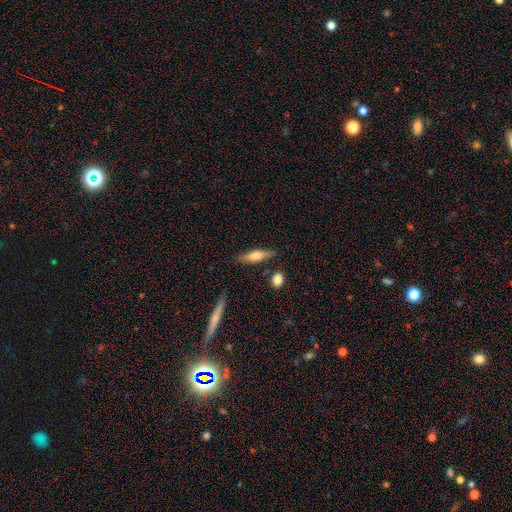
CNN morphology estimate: This appears to be a smooth galaxy with no disk features (54%) that is cigar-shaped (70%). Merging: none (79%).